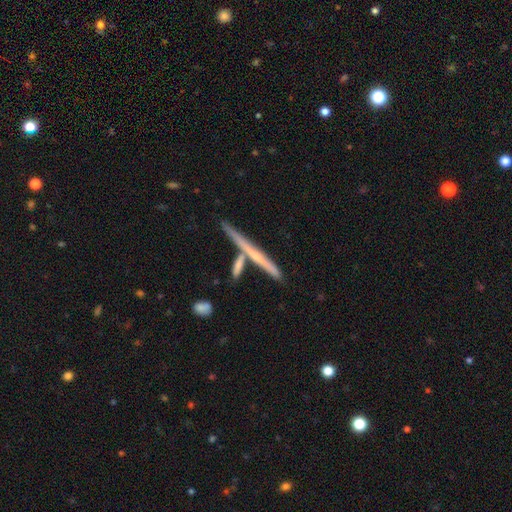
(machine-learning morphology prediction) Smooth or featured?
  - featured or disk: 57% *
  - smooth: 37%
  - star or artifact: 7%
Edge-on disk?
  - yes: 96% *
  - no: 4%
Edge-on bulge?
  - none: 67% *
  - rounded: 27%
  - boxy: 6%
Merging?
  - none: 68% *
  - merger: 17%
  - minor disturbance: 11%
  - major disturbance: 3%